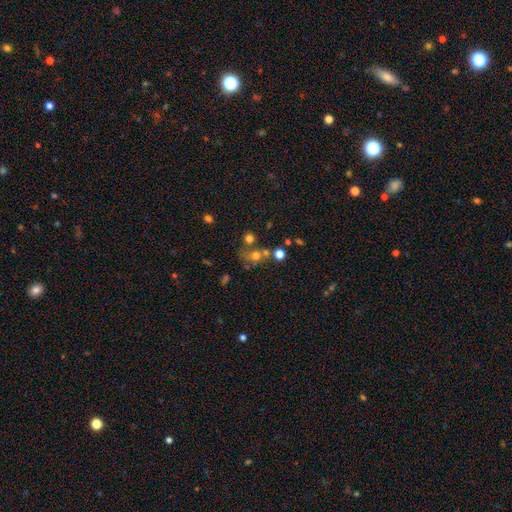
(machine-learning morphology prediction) This appears to be a smooth galaxy with no disk features (62%) that is round (77%). Merging: none (47%).